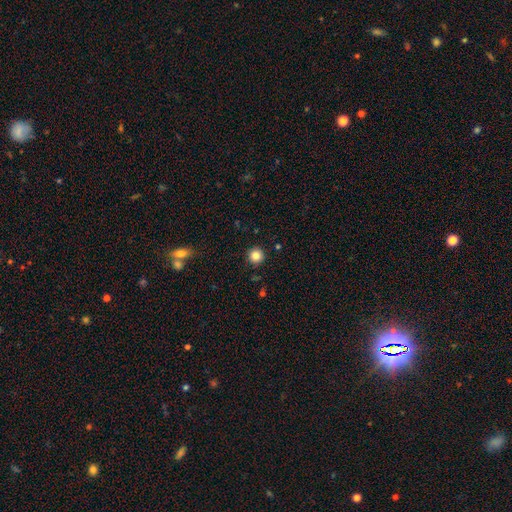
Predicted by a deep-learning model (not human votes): smooth_or_featured: smooth (p=0.84) [alt: star or artifact p=0.11]
how_rounded: round (p=0.95) [alt: in between p=0.04]
merging: none (p=0.92) [alt: minor disturbance p=0.05]